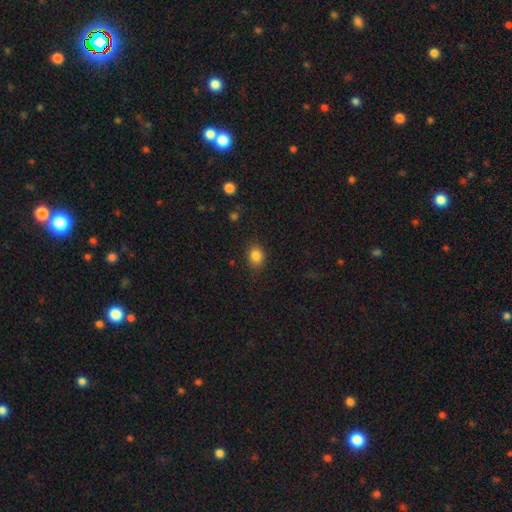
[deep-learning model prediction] smooth_or_featured: smooth (p=0.85) [alt: star or artifact p=0.10]
how_rounded: in between (p=0.53) [alt: round p=0.46]
merging: none (p=0.83) [alt: minor disturbance p=0.12]